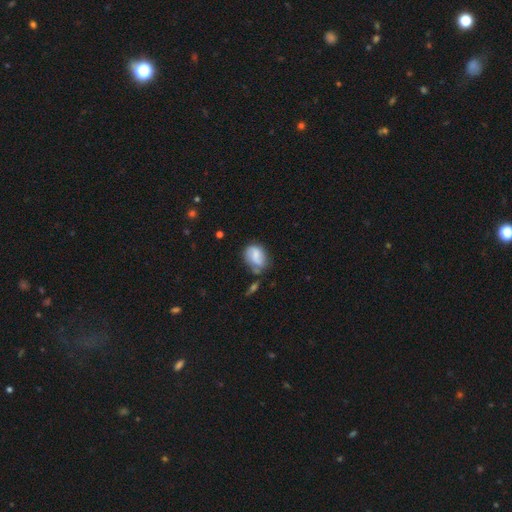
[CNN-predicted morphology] smooth 56%, featured or disk 35%, star or artifact 8%. Down the decision tree: how rounded — in between (67%); merging — none (47%).